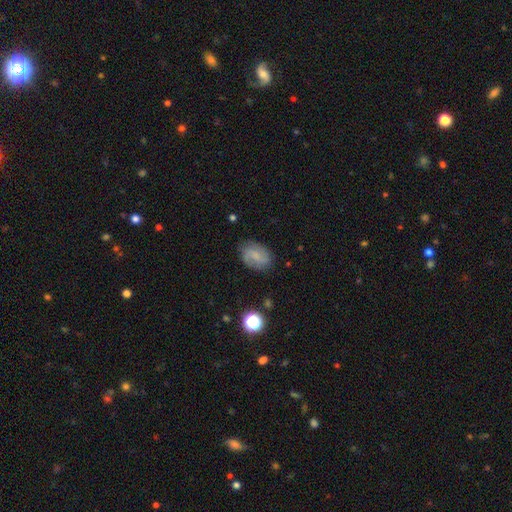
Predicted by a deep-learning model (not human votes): Smooth or featured? smooth (53%)
How rounded? in between (76%)
Merging? none (77%)